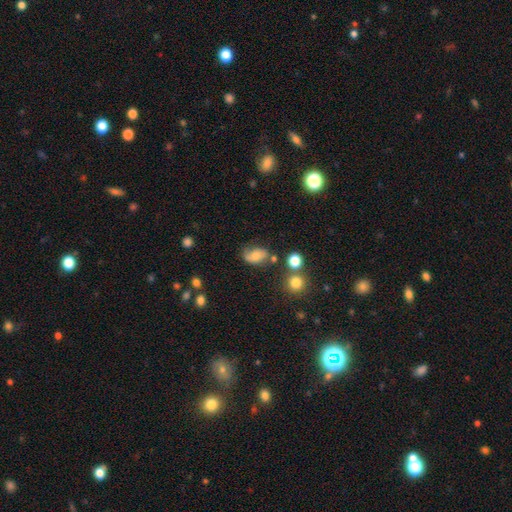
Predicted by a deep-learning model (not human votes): Smooth or featured?
  - smooth: 58% *
  - featured or disk: 30%
  - star or artifact: 12%
How rounded?
  - in between: 80% *
  - round: 18%
  - cigar-shaped: 2%
Merging?
  - none: 57% *
  - minor disturbance: 26%
  - major disturbance: 10%
  - merger: 7%